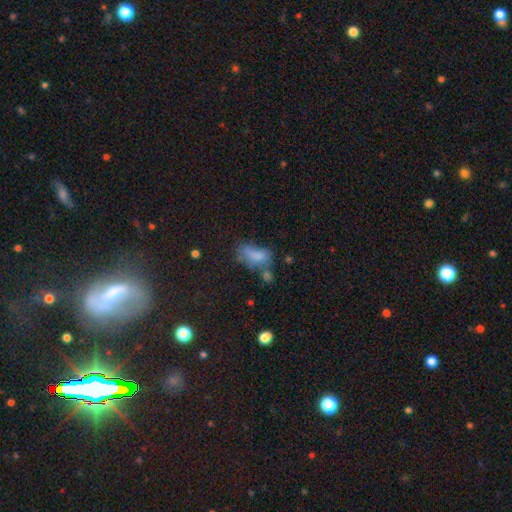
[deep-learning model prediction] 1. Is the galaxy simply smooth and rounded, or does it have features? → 70% smooth, 17% featured or disk, 14% star or artifact.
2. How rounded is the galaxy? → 87% in between, 7% cigar-shaped, 7% round.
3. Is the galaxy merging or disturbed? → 32% none, 26% minor disturbance, 24% major disturbance, 17% merger.